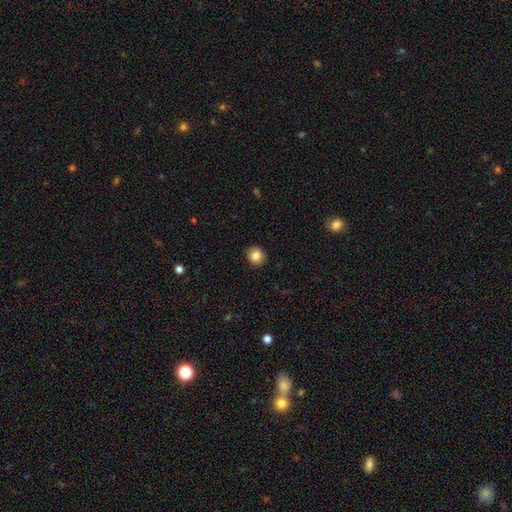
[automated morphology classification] type=smooth (85%); roundness=round (89%); merging=none (91%).